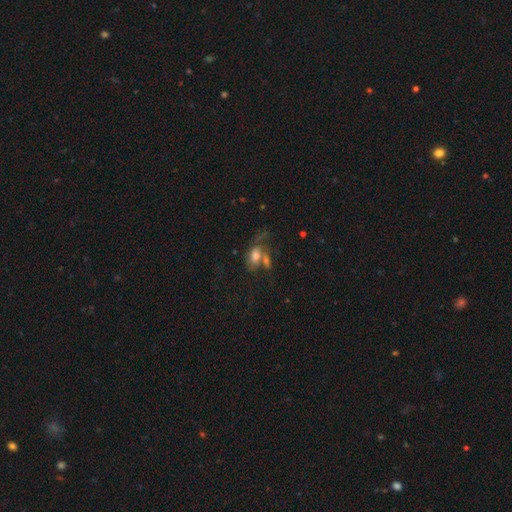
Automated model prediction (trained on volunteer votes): A smooth galaxy with no disk features (59%) that is in between round and cigar-shaped (81%).

Vote fractions:
- Smooth or featured? smooth: 59% / featured or disk: 30% / star or artifact: 11%
- How rounded? in between: 81% / round: 16% / cigar-shaped: 3%
- Merging? merger: 43% / none: 24% / major disturbance: 20% / minor disturbance: 14%